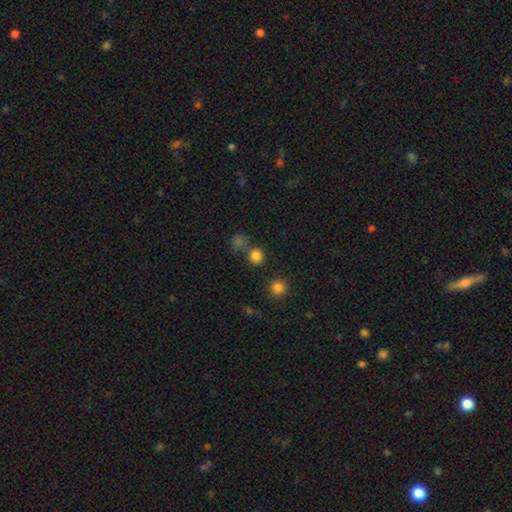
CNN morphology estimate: Smooth or featured: smooth — 80% (star or artifact — 15%)
How rounded: round — 86% (in between — 13%)
Merging: none — 69% (merger — 19%)